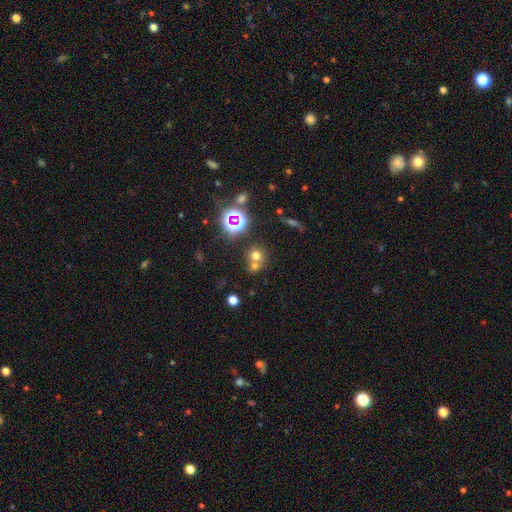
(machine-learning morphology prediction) This appears to be a smooth galaxy with no disk features (61%) that is round (87%). Merging: none (48%).